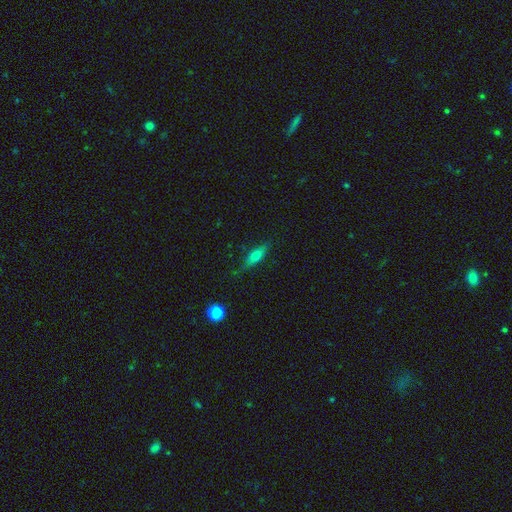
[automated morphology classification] smooth_or_featured: smooth (p=0.52) [alt: featured or disk p=0.40]
how_rounded: cigar-shaped (p=0.60) [alt: in between p=0.36]
merging: none (p=0.77) [alt: minor disturbance p=0.18]